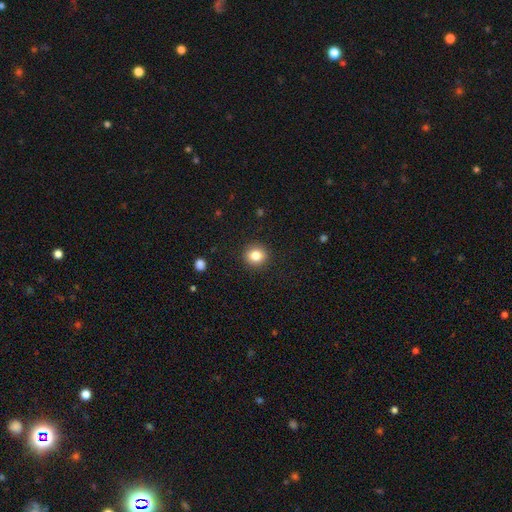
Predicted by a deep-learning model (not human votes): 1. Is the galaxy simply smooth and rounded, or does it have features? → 82% smooth, 10% star or artifact, 7% featured or disk.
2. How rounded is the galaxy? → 87% round, 12% in between, 1% cigar-shaped.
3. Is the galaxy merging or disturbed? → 91% none, 6% minor disturbance, 2% major disturbance, 1% merger.